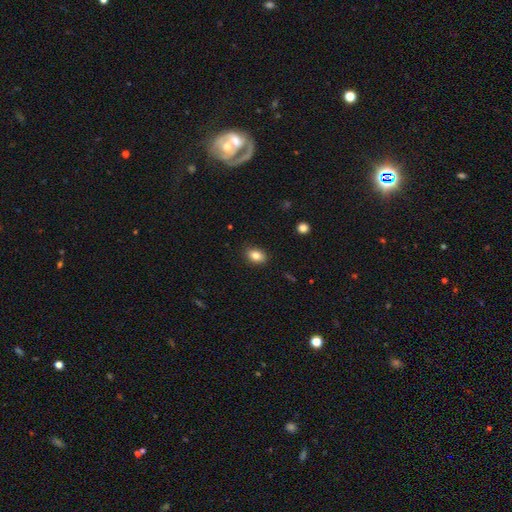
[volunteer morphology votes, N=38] type=smooth (84%); roundness=in between (72%); merging=none (92%).